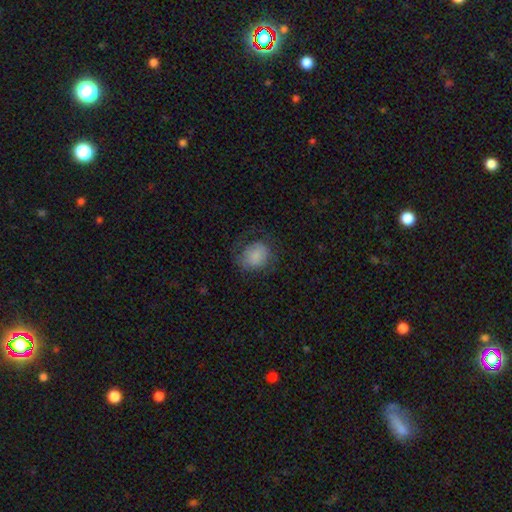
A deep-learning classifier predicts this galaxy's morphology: A smooth galaxy with no disk features (76%) that is round (64%).

Vote fractions:
- Smooth or featured? smooth: 76% / featured or disk: 15% / star or artifact: 8%
- How rounded? round: 64% / in between: 35% / cigar-shaped: 1%
- Merging? none: 59% / minor disturbance: 21% / major disturbance: 18% / merger: 1%